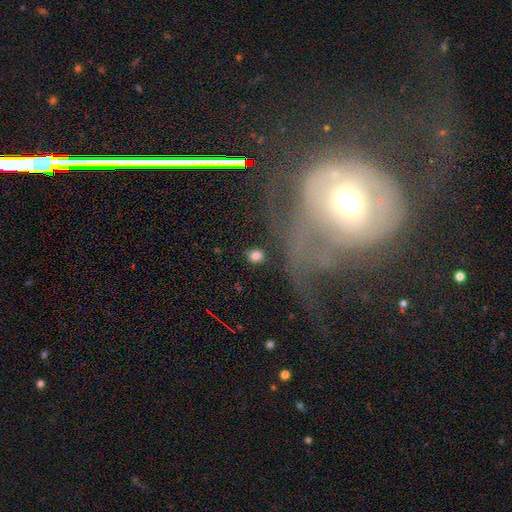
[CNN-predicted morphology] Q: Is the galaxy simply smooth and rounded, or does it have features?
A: smooth — 80%.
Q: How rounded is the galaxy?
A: round — 72%.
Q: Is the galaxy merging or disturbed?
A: none — 85%.